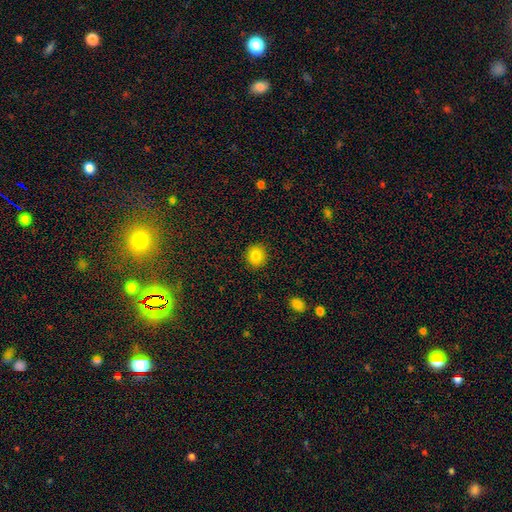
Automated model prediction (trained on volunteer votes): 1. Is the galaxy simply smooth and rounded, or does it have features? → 84% smooth, 10% star or artifact, 6% featured or disk.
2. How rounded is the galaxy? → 84% round, 15% in between, 1% cigar-shaped.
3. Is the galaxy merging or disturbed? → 91% none, 6% minor disturbance, 2% major disturbance, 1% merger.